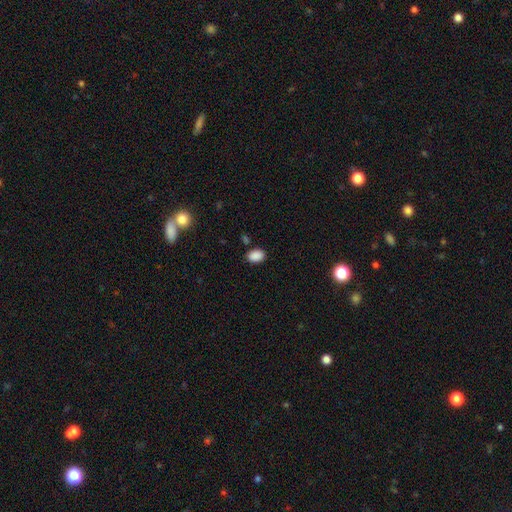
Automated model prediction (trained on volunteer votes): This is clearly a smooth galaxy (88%). How rounded: clearly in between (83%). Merging: clearly none (82%).